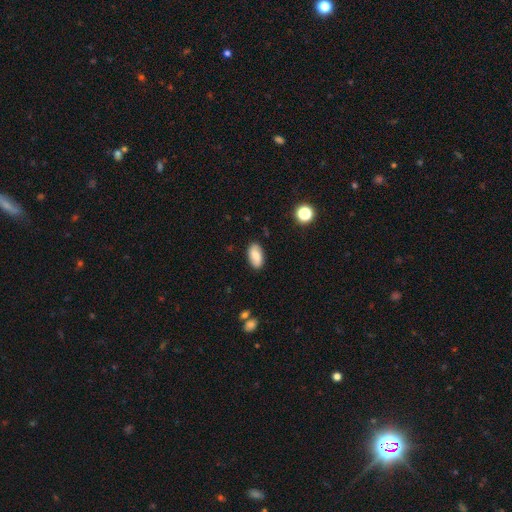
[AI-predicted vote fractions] Smooth or featured? Predicted: smooth (p=0.75). How rounded? Predicted: in between (p=0.94). Merging? Predicted: none (p=0.85).